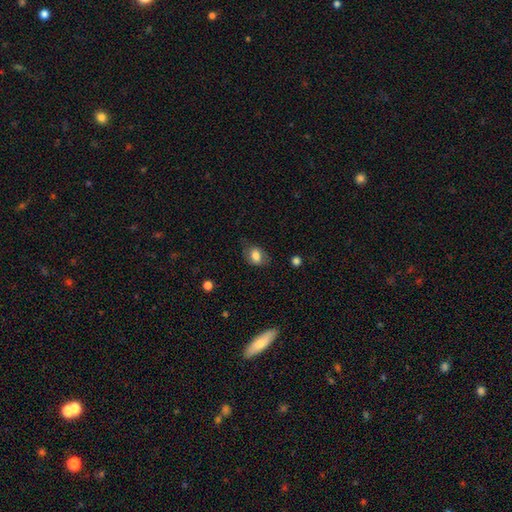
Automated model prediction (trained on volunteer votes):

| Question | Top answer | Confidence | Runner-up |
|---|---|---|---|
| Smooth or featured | smooth | 77% | featured or disk (14%) |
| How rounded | in between | 70% | round (28%) |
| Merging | none | 65% | minor disturbance (24%) |